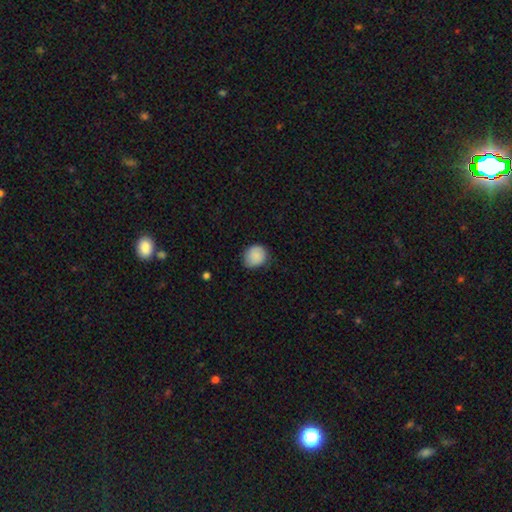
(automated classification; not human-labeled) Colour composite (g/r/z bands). It shows a smooth galaxy with no disk features (87%) that is round (73%). Merging: none (72%).